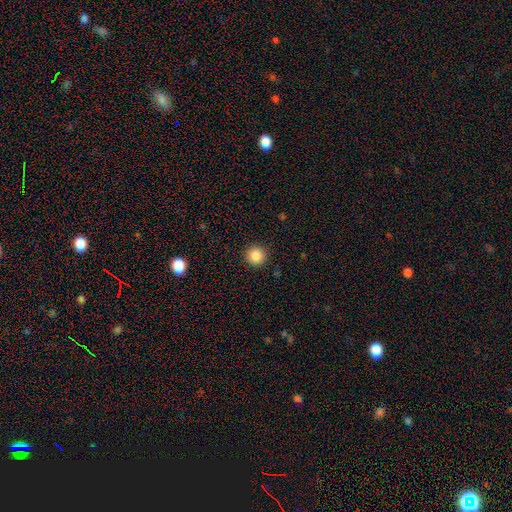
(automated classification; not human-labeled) smooth-or-featured: smooth: 85% | star or artifact: 10% | featured or disk: 5%
  how-rounded: round: 95% | in between: 4% | cigar-shaped: 1%
  merging: none: 92% | minor disturbance: 5% | major disturbance: 2% | merger: 1%